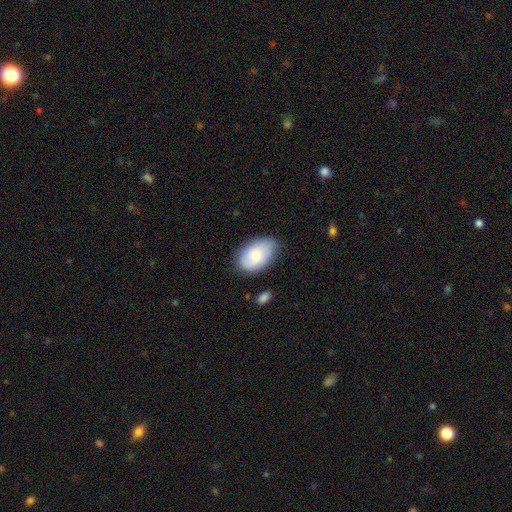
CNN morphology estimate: Overall: smooth (75%). How rounded: in between (90%). Merging: none (73%).